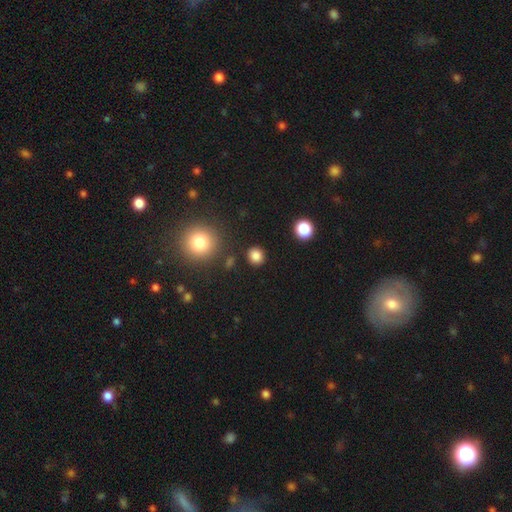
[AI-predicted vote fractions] This appears to be a smooth galaxy with no disk features (85%) that is round (87%). Merging: none (88%).